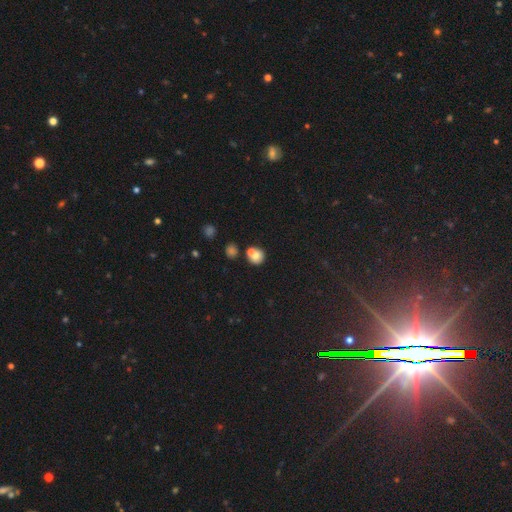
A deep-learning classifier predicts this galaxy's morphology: Overall: smooth (71%). How rounded: round (83%). Merging: none (50%; merger 38%).